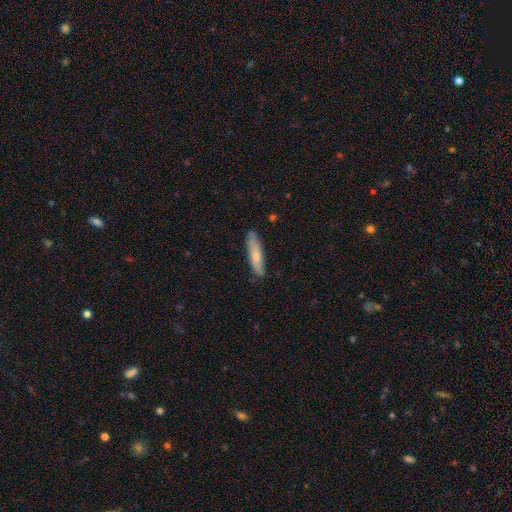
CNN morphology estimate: This appears to be a smooth galaxy with no disk features (68%) that is cigar-shaped (78%). Merging: none (79%).